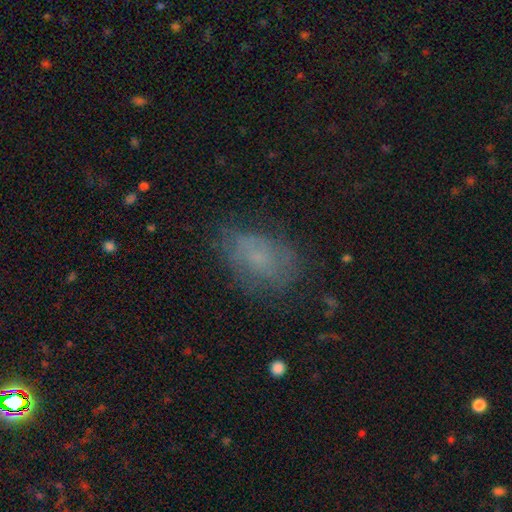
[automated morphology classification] Overall: smooth (52%; featured or disk 28%). How rounded: in between (83%). Merging: none (67%).